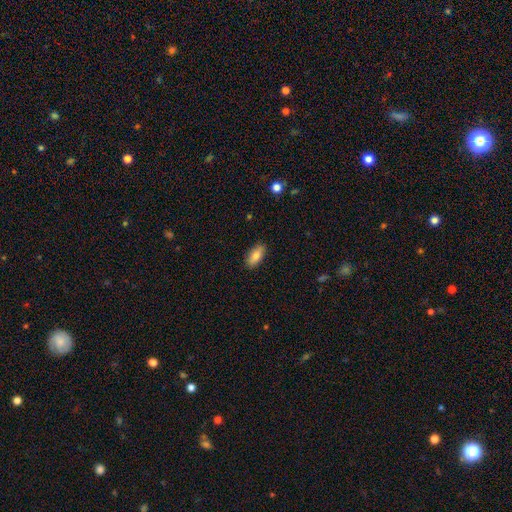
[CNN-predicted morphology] type=smooth (81%); roundness=in between (85%); merging=none (88%).